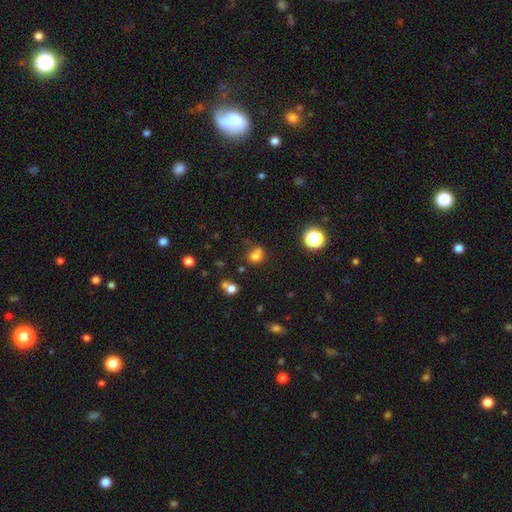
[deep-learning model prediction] smooth_or_featured: smooth (p=0.72) [alt: star or artifact p=0.18]
how_rounded: round (p=0.62) [alt: in between p=0.37]
merging: none (p=0.45) [alt: merger p=0.29]